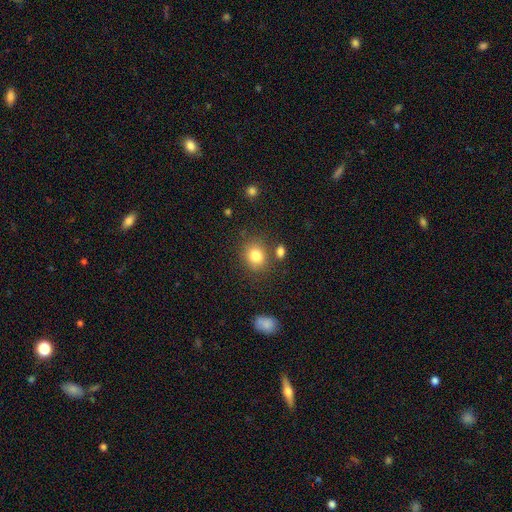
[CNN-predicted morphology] smooth_or_featured: smooth (p=0.81) [alt: star or artifact p=0.11]
how_rounded: round (p=0.67) [alt: in between p=0.32]
merging: none (p=0.75) [alt: minor disturbance p=0.12]